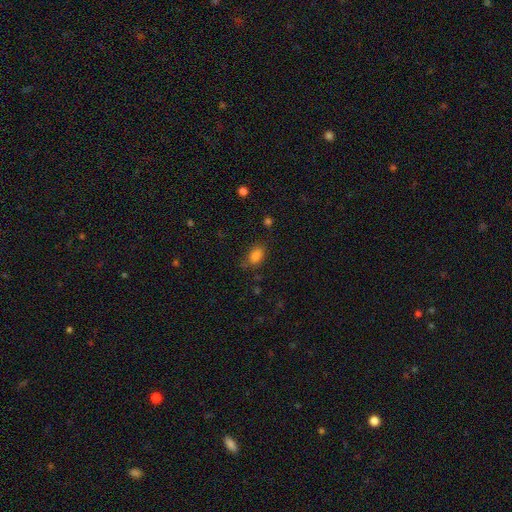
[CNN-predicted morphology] A smooth galaxy with no disk features (84%) that is in between round and cigar-shaped (85%).

Vote fractions:
- Smooth or featured? smooth: 84% / star or artifact: 11% / featured or disk: 5%
- How rounded? in between: 85% / round: 12% / cigar-shaped: 2%
- Merging? none: 72% / minor disturbance: 20% / major disturbance: 6% / merger: 2%